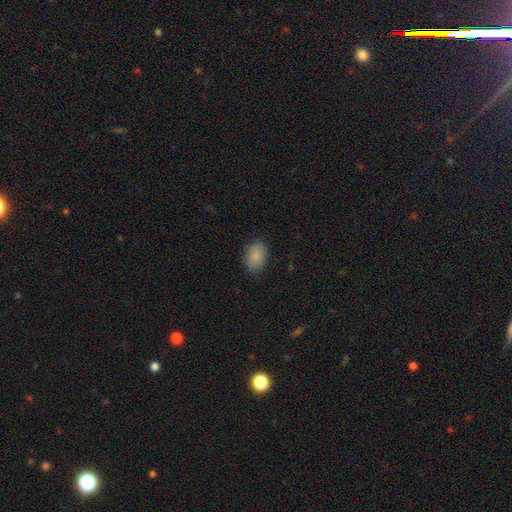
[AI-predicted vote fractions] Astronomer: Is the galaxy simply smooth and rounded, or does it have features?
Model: smooth — 87%.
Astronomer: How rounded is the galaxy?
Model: in between — 81%.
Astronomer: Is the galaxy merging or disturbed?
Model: none — 82%.